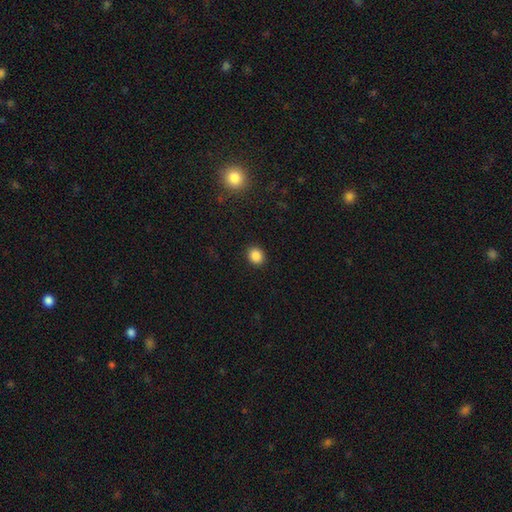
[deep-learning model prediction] Smooth or featured? smooth (86%)
How rounded? round (72%)
Merging? none (91%)